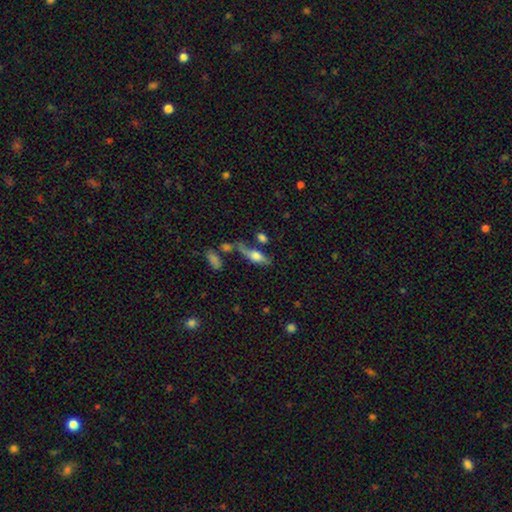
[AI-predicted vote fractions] Smooth or featured? smooth (56%)
How rounded? in between (59%)
Merging? none (45%)